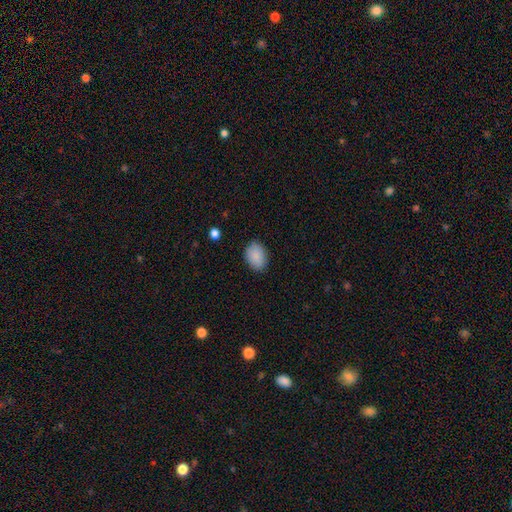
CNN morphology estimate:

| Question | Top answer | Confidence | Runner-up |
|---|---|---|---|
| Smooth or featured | smooth | 88% | star or artifact (7%) |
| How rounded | in between | 78% | round (21%) |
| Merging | none | 85% | minor disturbance (12%) |